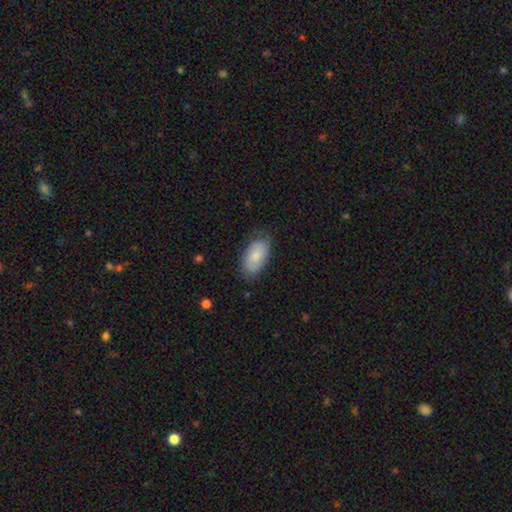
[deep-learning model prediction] smooth 78%, featured or disk 16%, star or artifact 6%. Down the decision tree: how rounded — in between (94%); merging — none (74%).